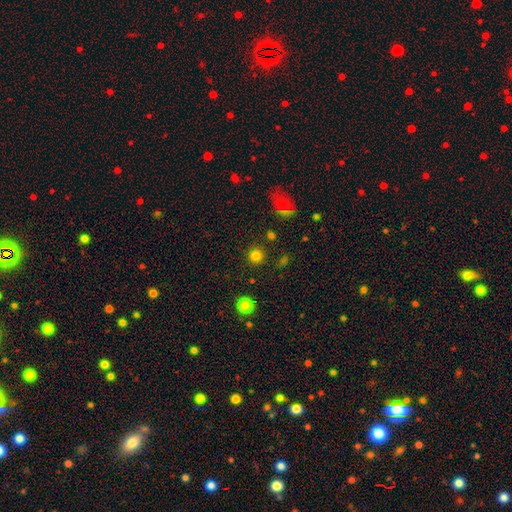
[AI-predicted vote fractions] This appears to be a smooth galaxy with no disk features (80%) that is round (94%). Merging: none (89%).